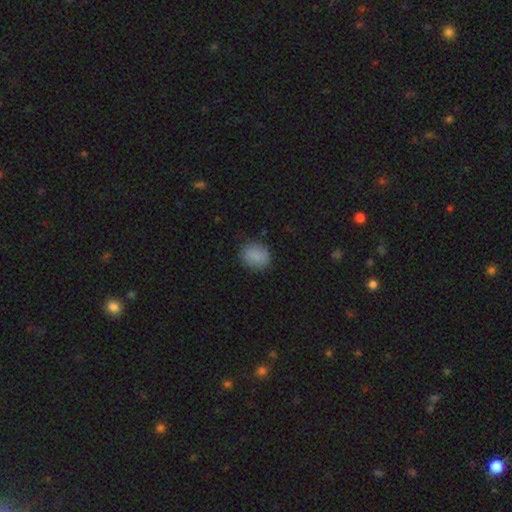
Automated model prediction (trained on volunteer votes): Smooth or featured? smooth (86%)
How rounded? round (67%)
Merging? none (84%)